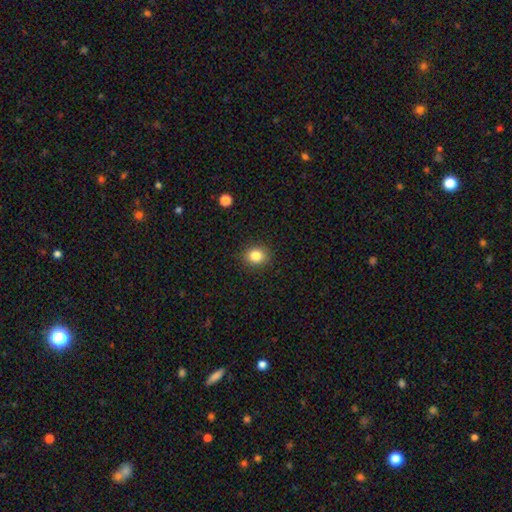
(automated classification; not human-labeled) Morphology: type=smooth (84%); roundness=round (69%); merging=none (90%).